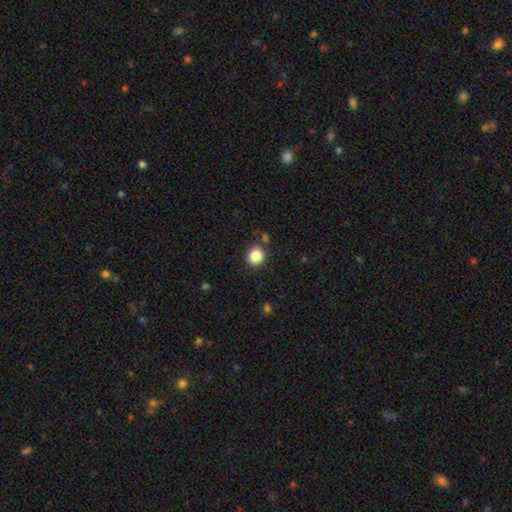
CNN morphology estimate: Smooth or featured? Predicted: smooth (p=0.86). How rounded? Predicted: round (p=0.78). Merging? Predicted: none (p=0.82).